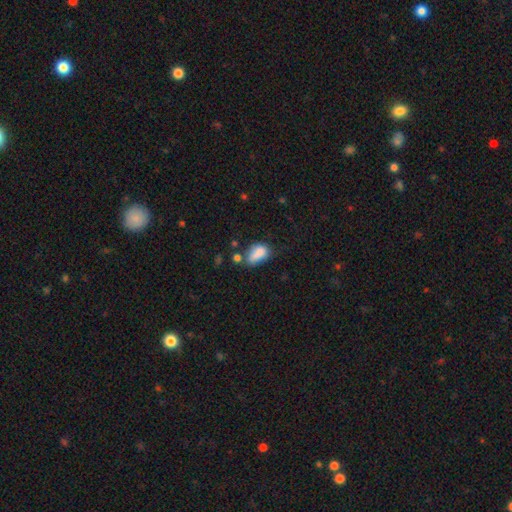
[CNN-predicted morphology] A smooth galaxy with no disk features (77%) that is in between round and cigar-shaped (85%). Merging: none (33%).